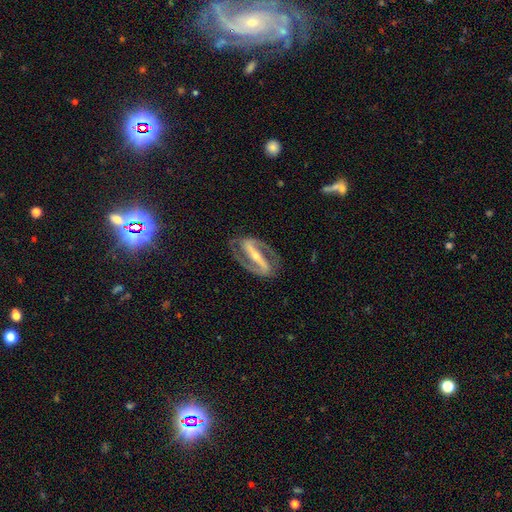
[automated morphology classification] A featured or disk galaxy (92%) with a strong bar (82%), 2 (94%) medium (52%) spiral arms (96%) and a small central bulge (64%).

Vote fractions:
- Smooth or featured? featured or disk: 92% / smooth: 4% / star or artifact: 4%
- Edge-on disk? no: 95% / yes: 5%
- Bar? strong: 82% / weak: 11% / no: 7%
- Spiral arms? yes: 96% / no: 4%
- Spiral winding? medium: 52% / tight: 30% / loose: 18%
- Spiral arm count? 2: 94% / can't tell: 2% / 1: 2% / 3: 1% / 4: 1% / more than 4: 1%
- Bulge size? small: 64% / moderate: 31% / none: 2% / large: 2% / dominant: 1%
- Merging? none: 84% / minor disturbance: 10% / major disturbance: 4% / merger: 1%